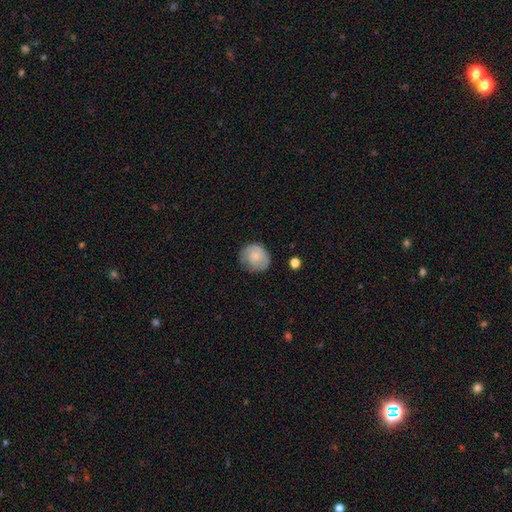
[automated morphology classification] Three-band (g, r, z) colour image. It shows a smooth galaxy with no disk features (61%) that is round (79%). Merging: none (64%).